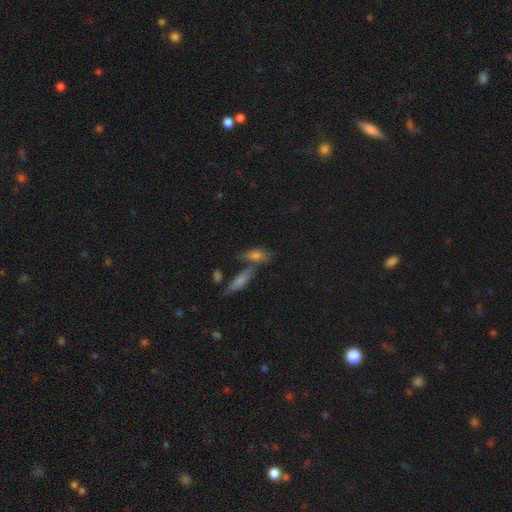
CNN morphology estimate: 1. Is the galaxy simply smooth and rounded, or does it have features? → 67% smooth, 21% featured or disk, 12% star or artifact.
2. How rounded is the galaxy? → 66% in between, 27% cigar-shaped, 6% round.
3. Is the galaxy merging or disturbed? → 51% none, 30% merger, 14% minor disturbance, 5% major disturbance.